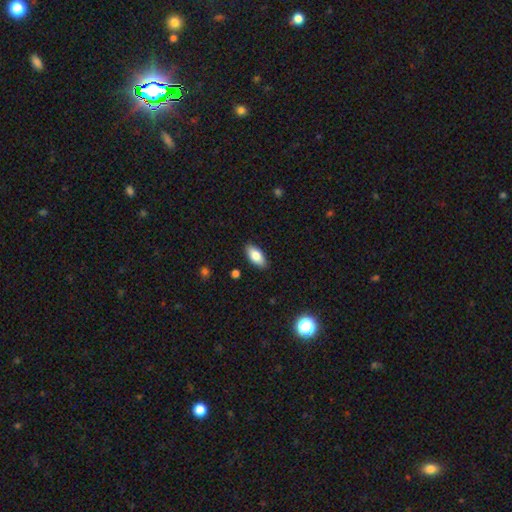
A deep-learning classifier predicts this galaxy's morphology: A smooth galaxy with no disk features (79%) that is in between round and cigar-shaped (88%). Merging: none (88%).